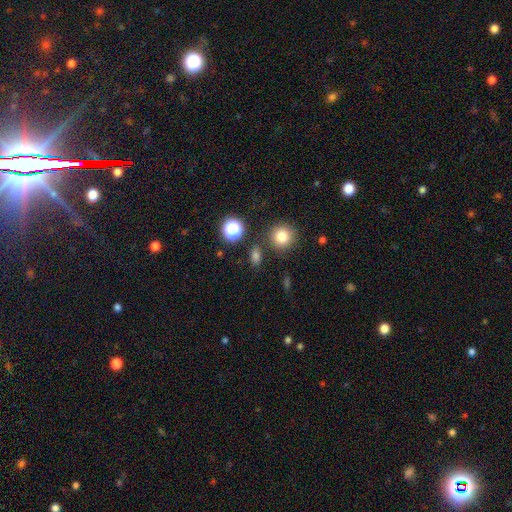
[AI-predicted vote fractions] Overall: smooth (73%). How rounded: in between (51%; round 46%). Merging: none (80%).